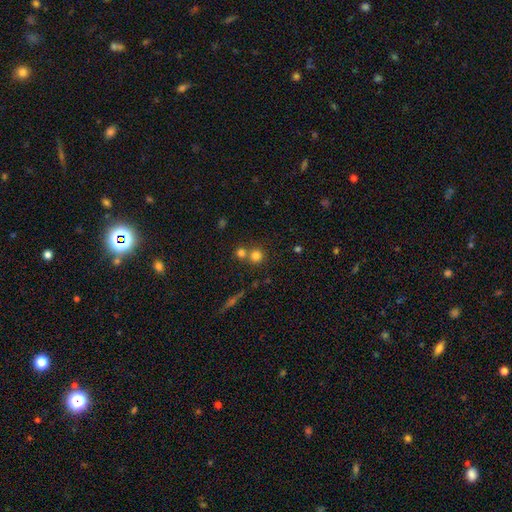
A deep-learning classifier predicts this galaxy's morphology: Smooth or featured? smooth (75%)
How rounded? round (92%)
Merging? none (57%)